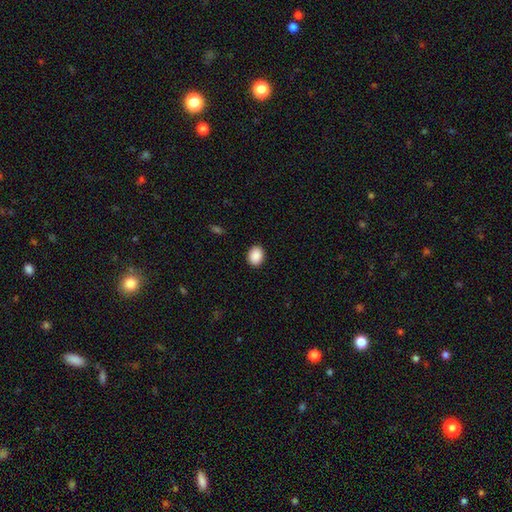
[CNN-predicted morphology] Smooth or featured?
  - smooth: 90% *
  - star or artifact: 8%
  - featured or disk: 2%
How rounded?
  - in between: 53% *
  - round: 46%
  - cigar-shaped: 1%
Merging?
  - none: 91% *
  - minor disturbance: 7%
  - major disturbance: 2%
  - merger: 1%